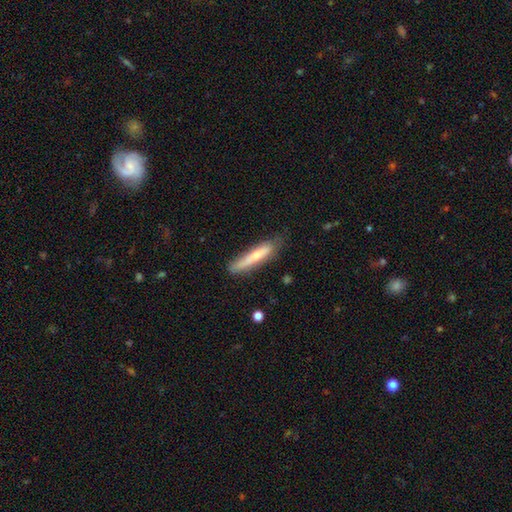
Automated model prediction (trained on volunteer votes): The model was most divided on "smooth or featured": smooth: 64%, featured or disk: 30%, star or artifact: 6%. More confident: how rounded — cigar-shaped (88%); merging — none (70%).